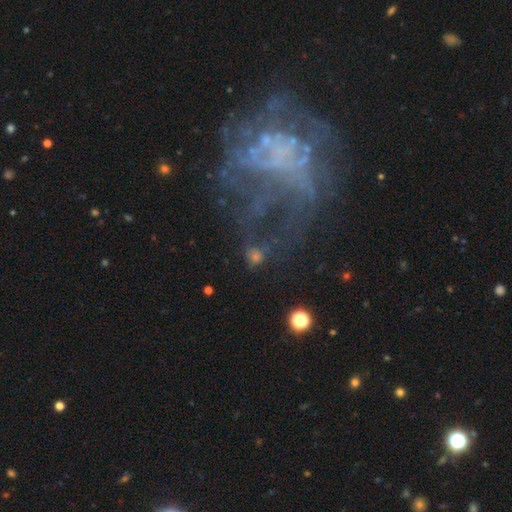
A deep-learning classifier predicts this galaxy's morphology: type=featured or disk (41%); merging=none (60%).